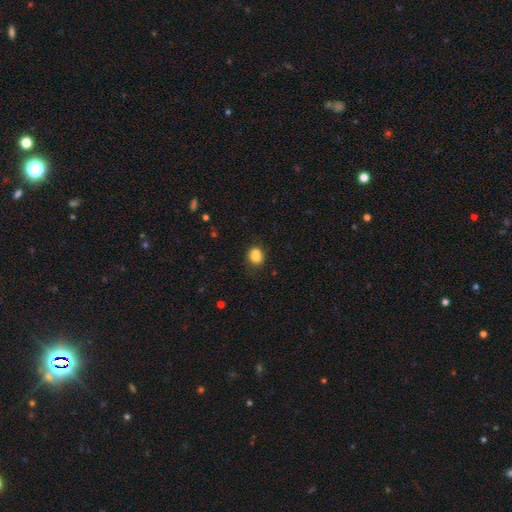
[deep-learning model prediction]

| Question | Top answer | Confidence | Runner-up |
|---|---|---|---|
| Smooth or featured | smooth | 79% | featured or disk (11%) |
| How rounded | round | 67% | in between (32%) |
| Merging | none | 53% | merger (26%) |